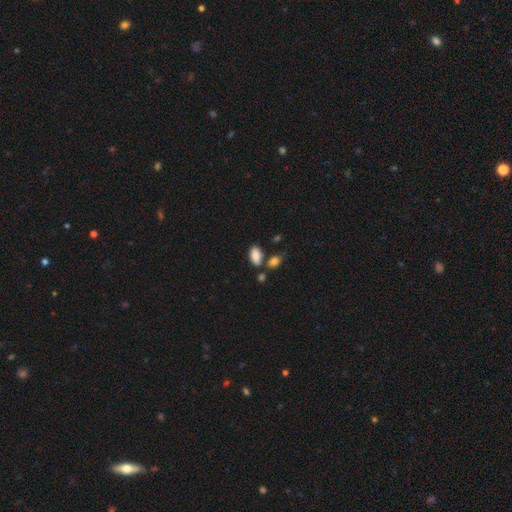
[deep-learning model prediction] Smooth or featured: smooth — 87% (star or artifact — 8%)
How rounded: in between — 93% (round — 4%)
Merging: none — 62% (merger — 20%)